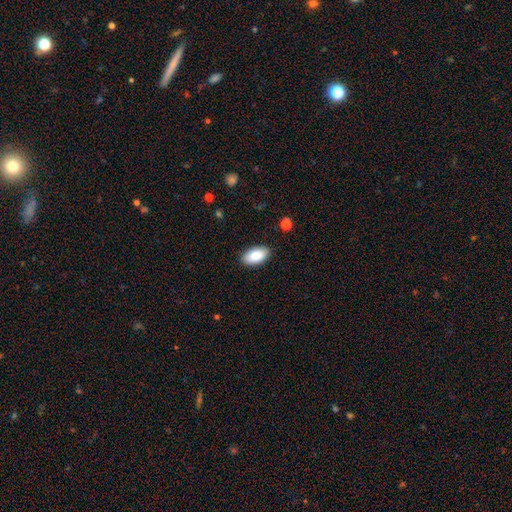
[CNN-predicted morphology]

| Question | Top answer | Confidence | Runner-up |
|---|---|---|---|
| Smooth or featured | smooth | 89% | star or artifact (6%) |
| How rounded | in between | 95% | cigar-shaped (2%) |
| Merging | none | 89% | minor disturbance (9%) |